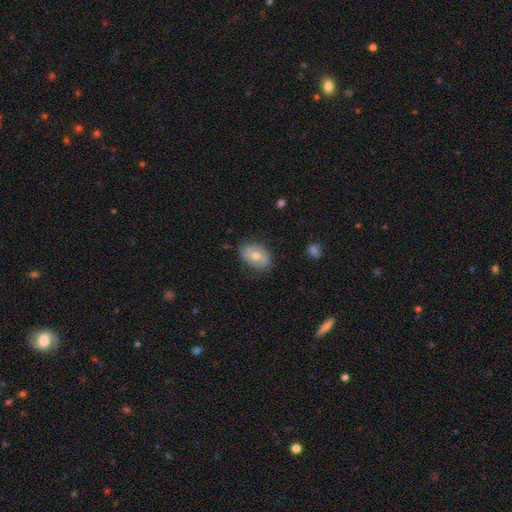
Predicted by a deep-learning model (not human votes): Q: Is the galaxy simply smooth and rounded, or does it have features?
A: smooth — 55%.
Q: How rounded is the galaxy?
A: in between — 84%.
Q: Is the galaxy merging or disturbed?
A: none — 80%.